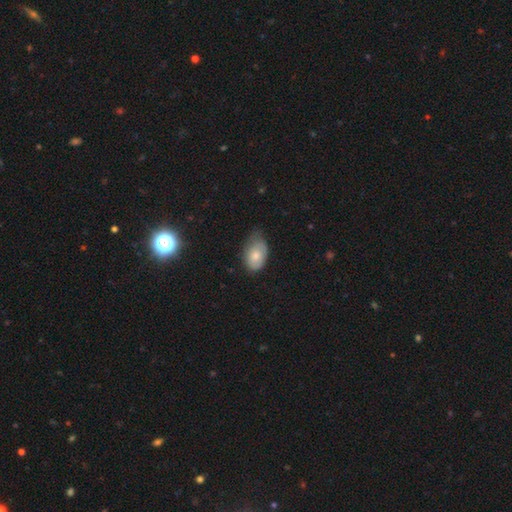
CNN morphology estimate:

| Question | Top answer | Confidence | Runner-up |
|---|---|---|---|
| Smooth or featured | smooth | 74% | featured or disk (20%) |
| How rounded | in between | 89% | round (10%) |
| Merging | minor disturbance | 44% | none (41%) |